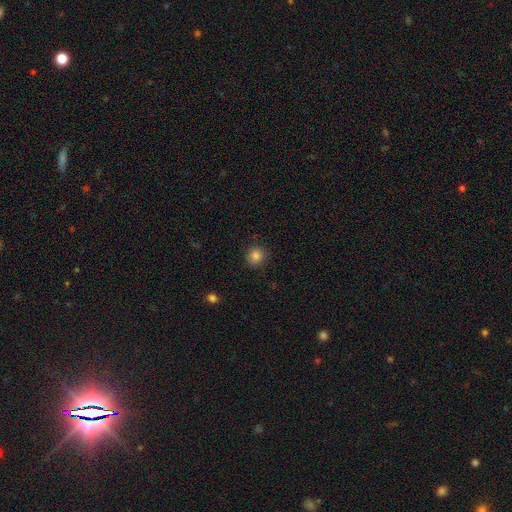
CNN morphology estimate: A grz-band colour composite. It shows a smooth galaxy with no disk features (84%) that is round (89%). Merging: none (88%).